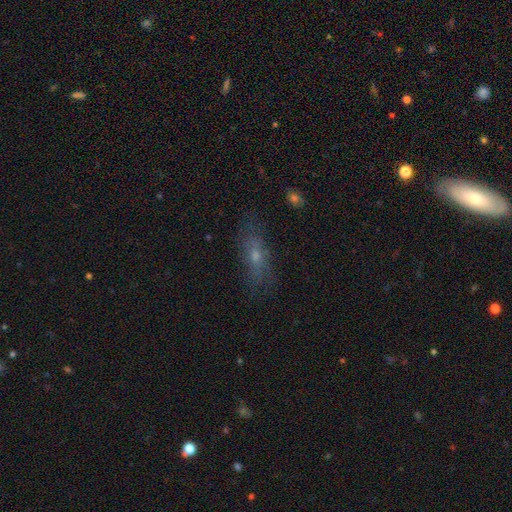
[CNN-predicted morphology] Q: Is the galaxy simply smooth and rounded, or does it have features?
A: smooth — 48%.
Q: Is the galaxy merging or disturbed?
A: none — 74%.